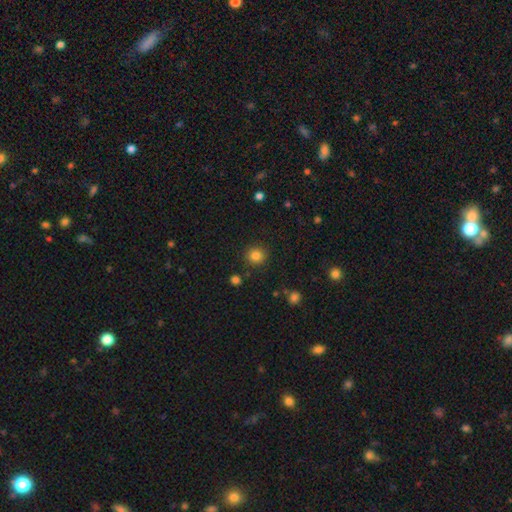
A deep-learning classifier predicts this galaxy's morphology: Q: Smooth or featured?
A: smooth (83%); runner-up: star or artifact (12%)
Q: How rounded?
A: round (91%); runner-up: in between (8%)
Q: Merging?
A: none (89%); runner-up: minor disturbance (6%)